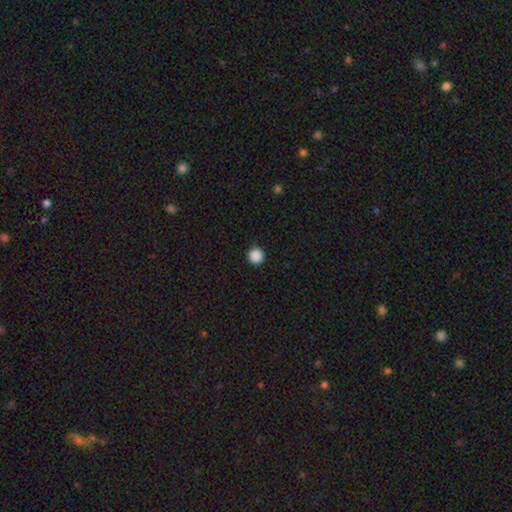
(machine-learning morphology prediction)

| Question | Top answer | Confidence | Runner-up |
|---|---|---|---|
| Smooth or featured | smooth | 88% | star or artifact (10%) |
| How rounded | round | 96% | in between (3%) |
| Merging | none | 91% | minor disturbance (6%) |